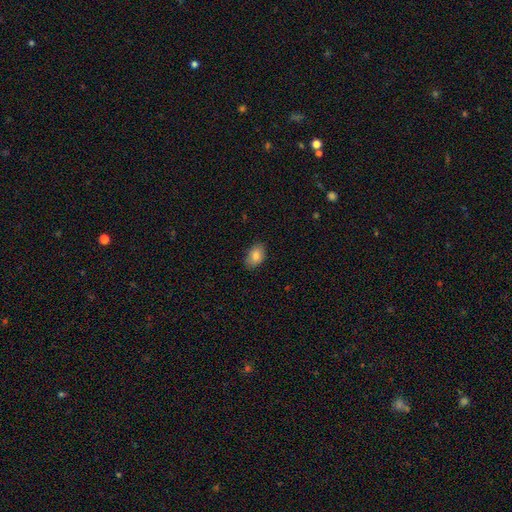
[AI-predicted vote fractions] A smooth galaxy with no disk features (83%) that is in between round and cigar-shaped (85%).

Vote fractions:
- Smooth or featured? smooth: 83% / featured or disk: 9% / star or artifact: 8%
- How rounded? in between: 85% / round: 14% / cigar-shaped: 1%
- Merging? none: 84% / minor disturbance: 12% / major disturbance: 2% / merger: 1%